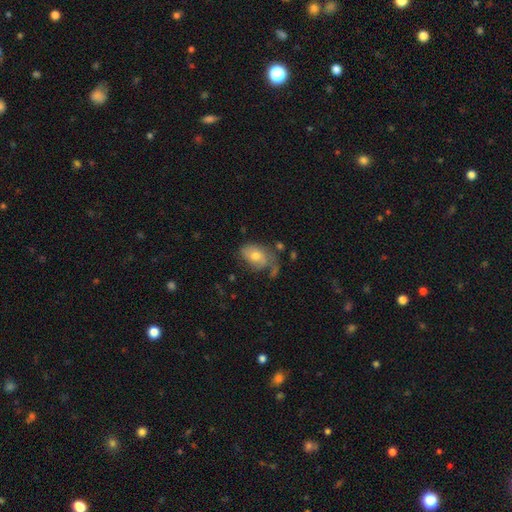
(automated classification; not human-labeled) A featured or disk galaxy (48%).

Vote fractions:
- Smooth or featured? featured or disk: 48% / smooth: 43% / star or artifact: 9%
- Merging? none: 40% / minor disturbance: 27% / major disturbance: 26% / merger: 6%